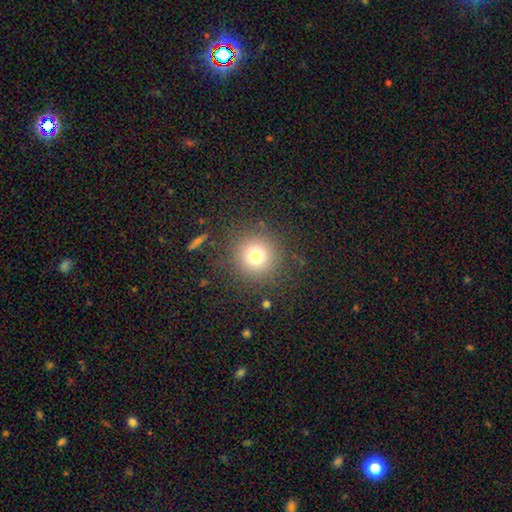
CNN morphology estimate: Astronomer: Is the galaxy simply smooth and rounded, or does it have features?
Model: smooth — 74%.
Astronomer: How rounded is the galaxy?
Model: round — 95%.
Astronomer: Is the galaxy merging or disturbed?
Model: none — 86%.